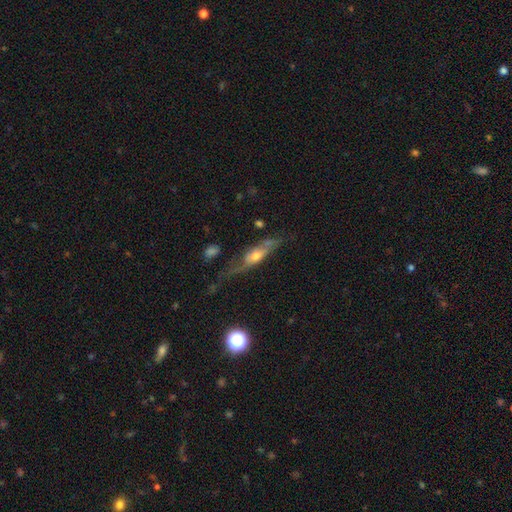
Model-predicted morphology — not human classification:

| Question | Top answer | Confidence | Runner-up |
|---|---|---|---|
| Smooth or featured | featured or disk | 61% | smooth (30%) |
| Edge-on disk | yes | 56% | no (44%) |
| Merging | none | 38% | major disturbance (32%) |